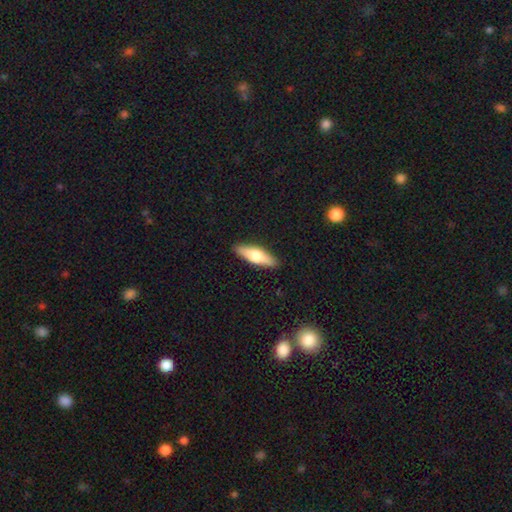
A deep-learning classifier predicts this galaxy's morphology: Smooth or featured? Predicted: smooth (p=0.59). How rounded? Predicted: cigar-shaped (p=0.54). Merging? Predicted: none (p=0.90).